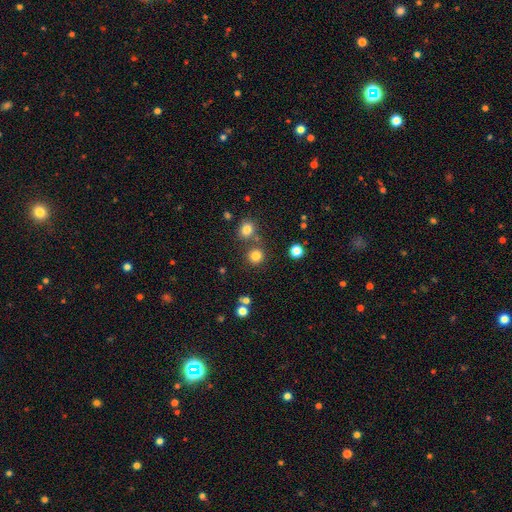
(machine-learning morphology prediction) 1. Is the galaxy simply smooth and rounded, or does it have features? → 80% smooth, 15% star or artifact, 6% featured or disk.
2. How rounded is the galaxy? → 92% round, 7% in between, 1% cigar-shaped.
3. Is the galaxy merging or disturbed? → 77% none, 13% merger, 7% minor disturbance, 3% major disturbance.